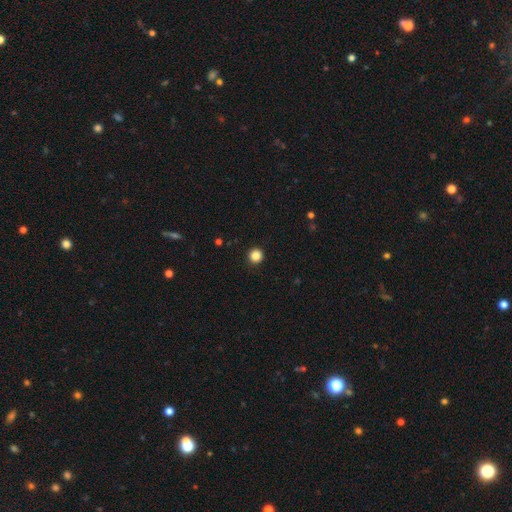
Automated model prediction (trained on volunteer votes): A smooth galaxy with no disk features (86%) that is round (95%). Merging: none (93%).